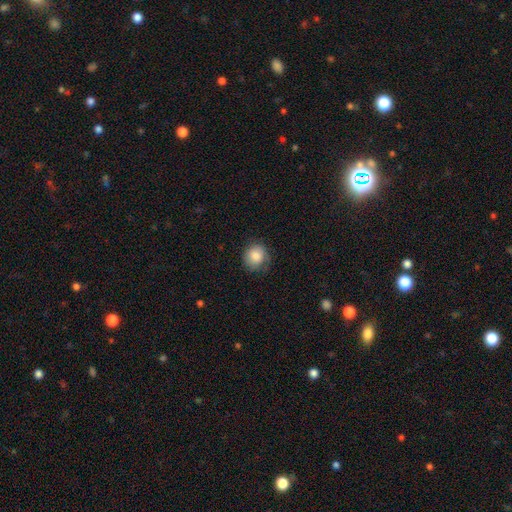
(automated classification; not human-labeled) smooth 84%, featured or disk 9%, star or artifact 8%. Down the decision tree: how rounded — round (82%); merging — none (69%).